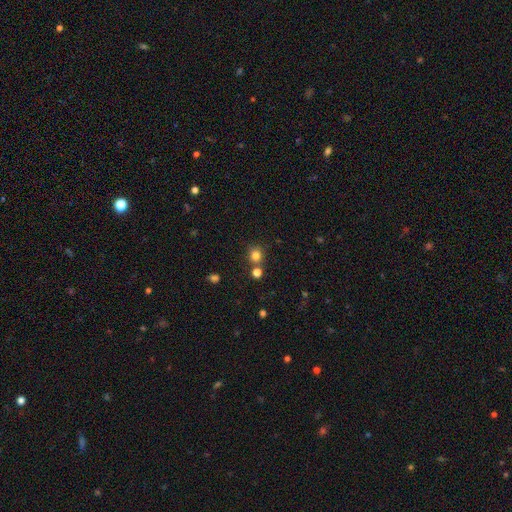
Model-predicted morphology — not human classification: Smooth or featured? smooth (79%)
How rounded? round (86%)
Merging? none (72%)